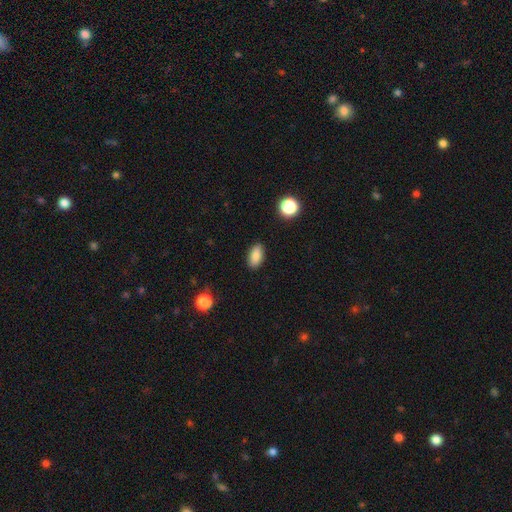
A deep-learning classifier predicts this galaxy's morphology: Smooth or featured? smooth (86%)
How rounded? in between (91%)
Merging? none (88%)